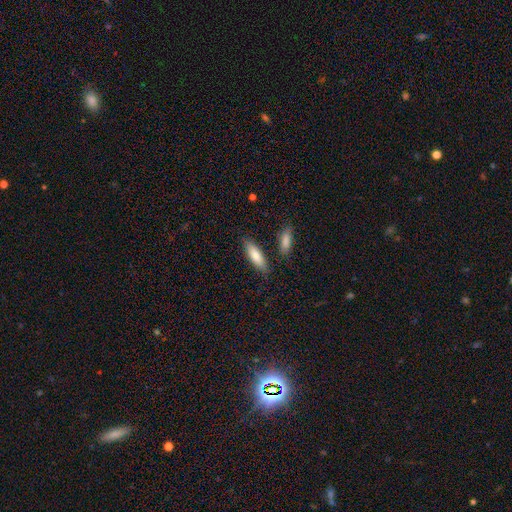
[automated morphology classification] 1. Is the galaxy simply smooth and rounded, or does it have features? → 81% smooth, 13% featured or disk, 6% star or artifact.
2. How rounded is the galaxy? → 52% in between, 46% cigar-shaped, 2% round.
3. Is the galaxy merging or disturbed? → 81% none, 11% minor disturbance, 5% merger, 3% major disturbance.